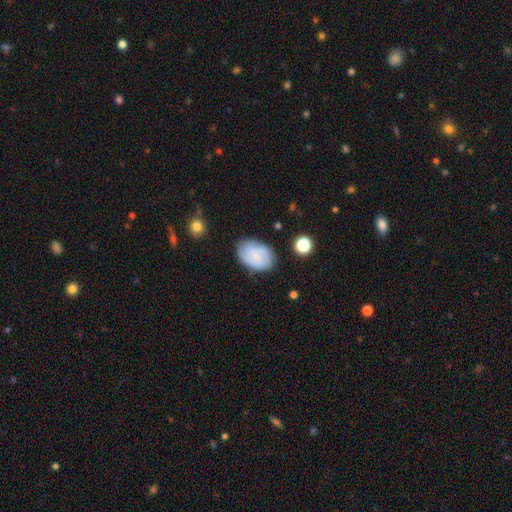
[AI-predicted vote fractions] Overall: smooth (53%; featured or disk 38%). How rounded: in between (79%). Merging: none (75%).